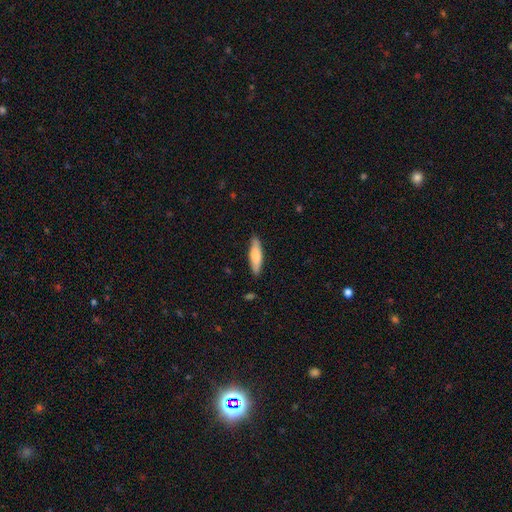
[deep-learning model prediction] smooth 69%, featured or disk 25%, star or artifact 5%. Down the decision tree: how rounded — cigar-shaped (62%); merging — none (87%).